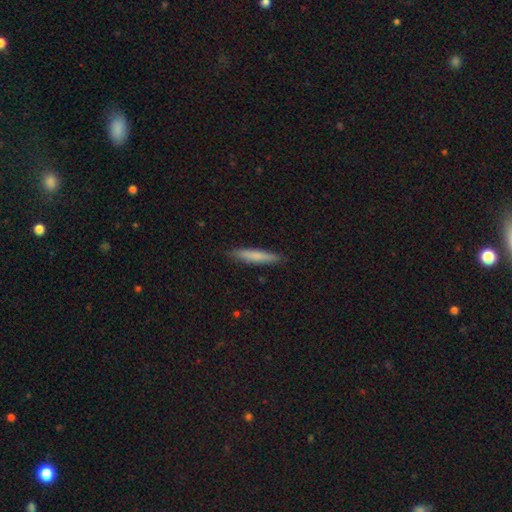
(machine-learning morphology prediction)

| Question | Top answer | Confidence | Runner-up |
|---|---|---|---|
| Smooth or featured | smooth | 74% | featured or disk (21%) |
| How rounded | cigar-shaped | 93% | in between (6%) |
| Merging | none | 89% | minor disturbance (8%) |